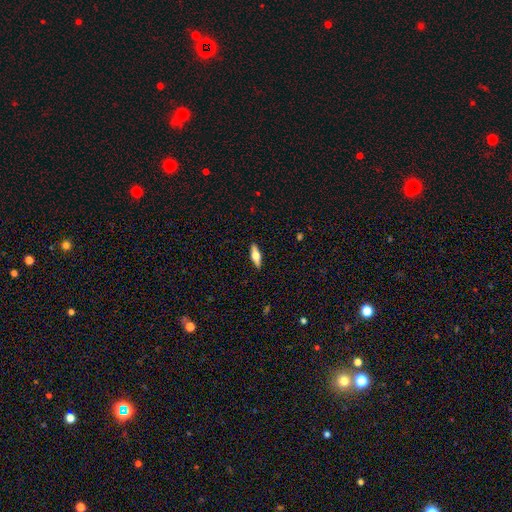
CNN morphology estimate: This appears to be a smooth galaxy with no disk features (48%). Merging: none (89%).